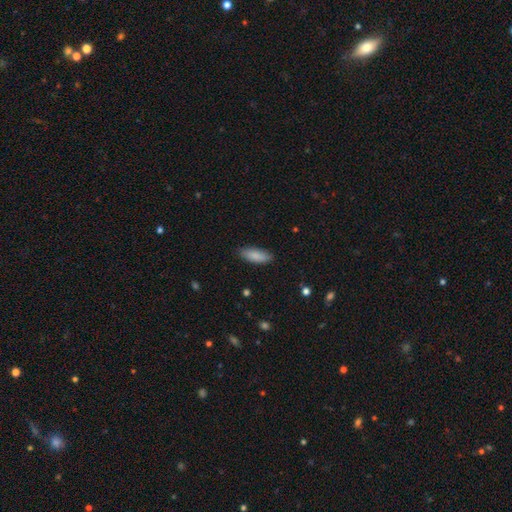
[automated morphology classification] A smooth galaxy with no disk features (88%) that is in between round and cigar-shaped (73%). Merging: none (84%).